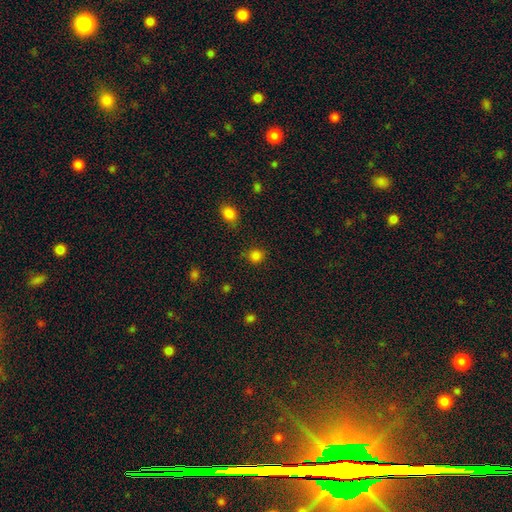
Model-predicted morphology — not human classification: Smooth or featured?
  - smooth: 83% *
  - star or artifact: 14%
  - featured or disk: 3%
How rounded?
  - round: 84% *
  - in between: 15%
  - cigar-shaped: 1%
Merging?
  - none: 81% *
  - minor disturbance: 12%
  - major disturbance: 4%
  - merger: 3%